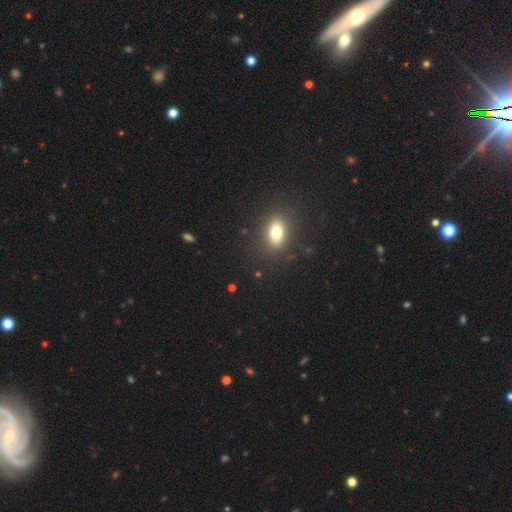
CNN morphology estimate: The model was most divided on "smooth or featured": smooth: 46%, star or artifact: 38%, featured or disk: 16%. More confident: merging — none (89%).